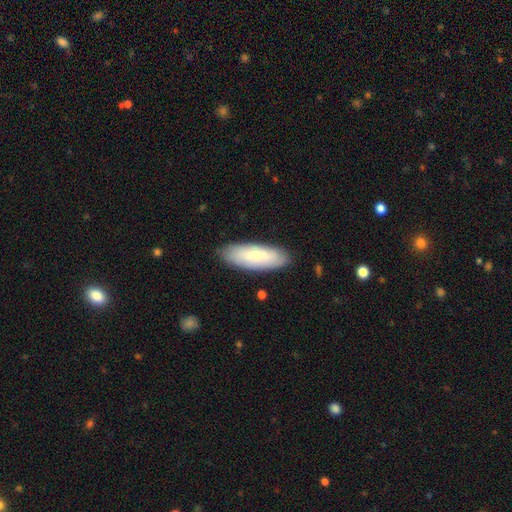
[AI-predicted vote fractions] Overall: smooth (71%). How rounded: in between (60%; cigar-shaped 39%). Merging: none (85%).